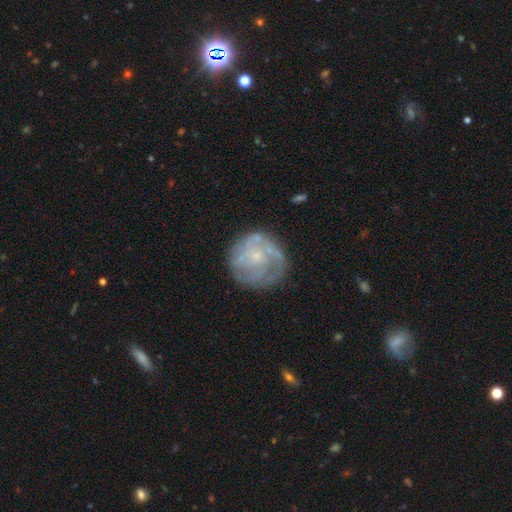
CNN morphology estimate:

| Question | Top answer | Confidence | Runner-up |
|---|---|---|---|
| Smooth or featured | featured or disk | 68% | smooth (25%) |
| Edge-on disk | no | 98% | yes (2%) |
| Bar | no | 76% | weak (21%) |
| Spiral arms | yes | 72% | no (28%) |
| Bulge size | small | 62% | moderate (22%) |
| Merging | none | 69% | minor disturbance (18%) |